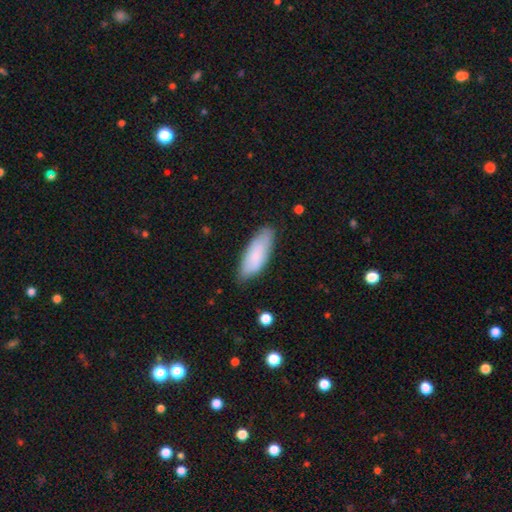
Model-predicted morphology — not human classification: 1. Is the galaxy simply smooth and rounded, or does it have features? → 80% smooth, 14% featured or disk, 6% star or artifact.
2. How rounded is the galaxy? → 70% in between, 28% cigar-shaped, 2% round.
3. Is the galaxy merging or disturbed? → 77% none, 18% minor disturbance, 3% major disturbance, 1% merger.